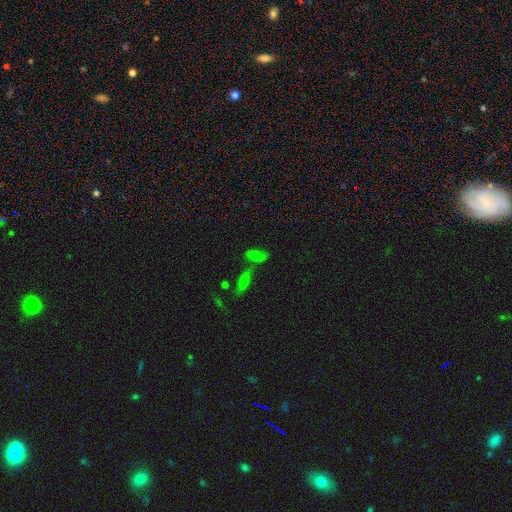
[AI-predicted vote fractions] Smooth or featured: smooth — 60% (star or artifact — 21%)
How rounded: in between — 78% (cigar-shaped — 16%)
Merging: none — 44% (merger — 32%)